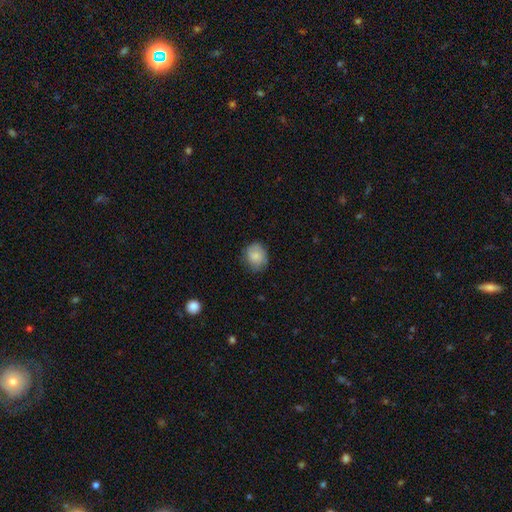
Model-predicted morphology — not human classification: type=smooth (83%); roundness=round (75%); merging=none (75%).